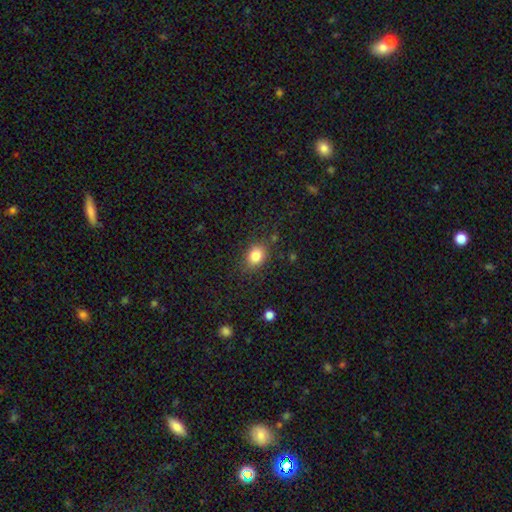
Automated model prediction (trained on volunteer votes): A smooth galaxy with no disk features (83%) that is round (52%). Merging: none (81%).